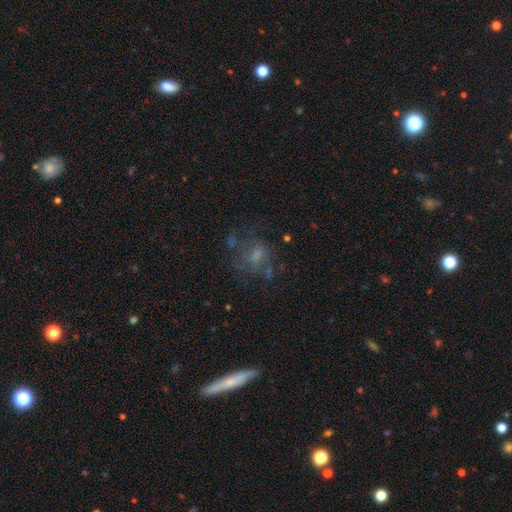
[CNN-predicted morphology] Overall: featured or disk (44%; smooth 39%). Merging: none (48%; major disturbance 27%).